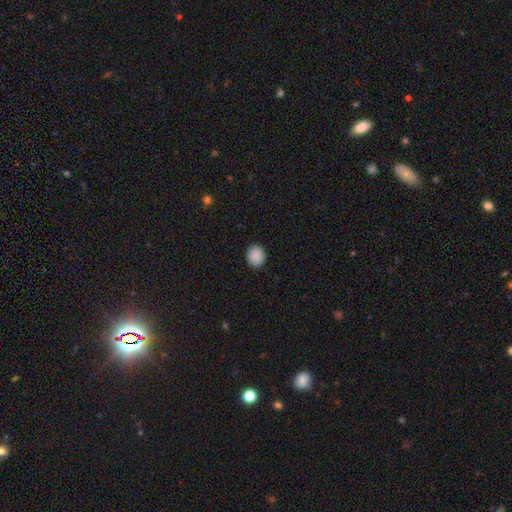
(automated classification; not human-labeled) Smooth or featured?
  - smooth: 89% *
  - star or artifact: 8%
  - featured or disk: 2%
How rounded?
  - round: 78% *
  - in between: 21%
  - cigar-shaped: 1%
Merging?
  - none: 90% *
  - minor disturbance: 7%
  - major disturbance: 2%
  - merger: 1%